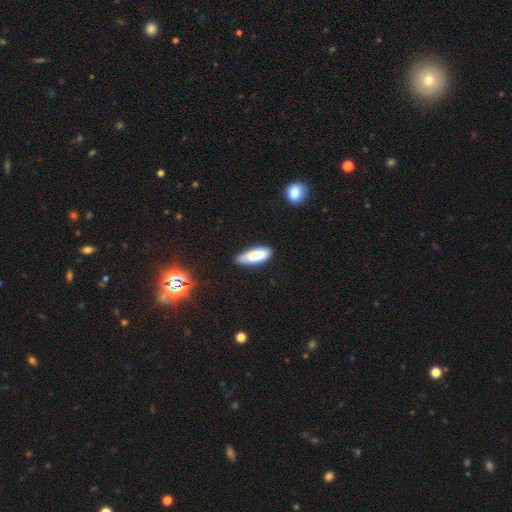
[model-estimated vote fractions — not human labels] The model was most divided on "how rounded": in between: 70%, cigar-shaped: 28%, round: 2%. More confident: smooth or featured — smooth (81%); merging — none (69%).